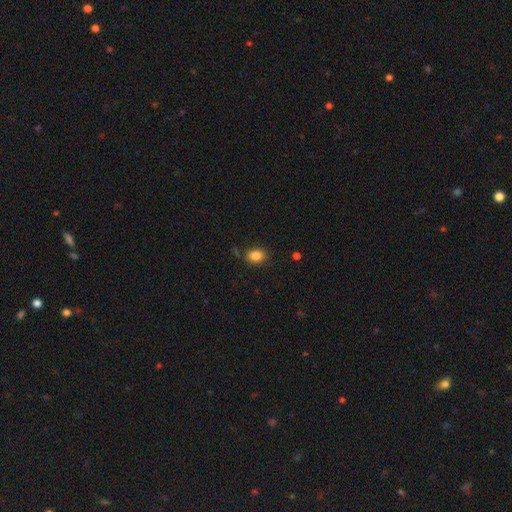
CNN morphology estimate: Overall: smooth (85%). How rounded: in between (72%). Merging: none (81%).